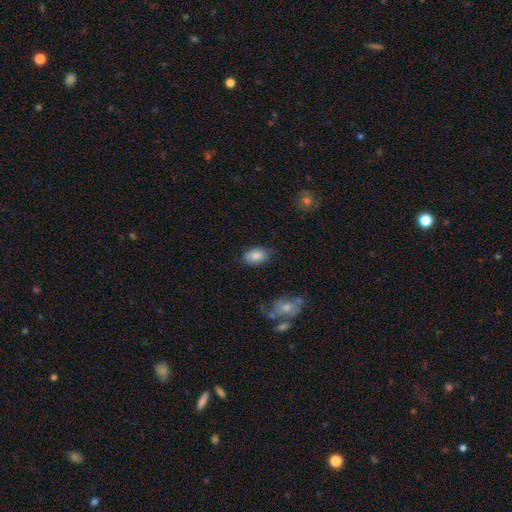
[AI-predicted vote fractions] This is clearly a smooth galaxy (86%). How rounded: clearly in between (90%). Merging: likely none (80%).